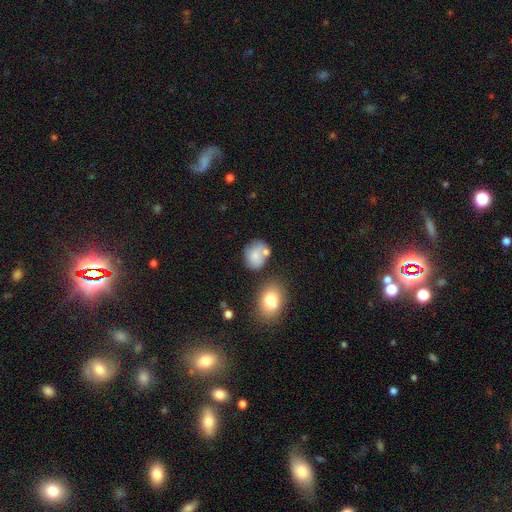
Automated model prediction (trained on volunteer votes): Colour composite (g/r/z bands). It shows a smooth galaxy with no disk features (73%) that is round (51%). Merging: none (51%).